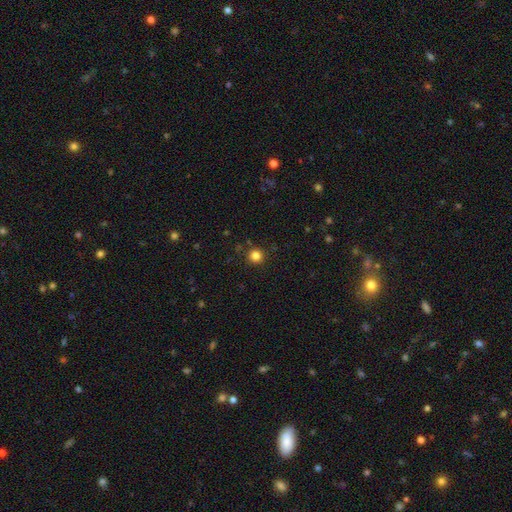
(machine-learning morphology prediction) This is clearly a smooth galaxy (82%). How rounded: clearly round (95%). Merging: clearly none (90%).